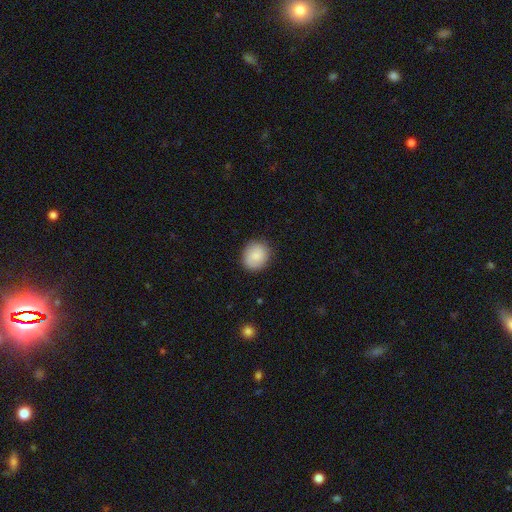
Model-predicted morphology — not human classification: This is clearly a smooth galaxy (87%). How rounded: likely round (78%). Merging: clearly none (88%).